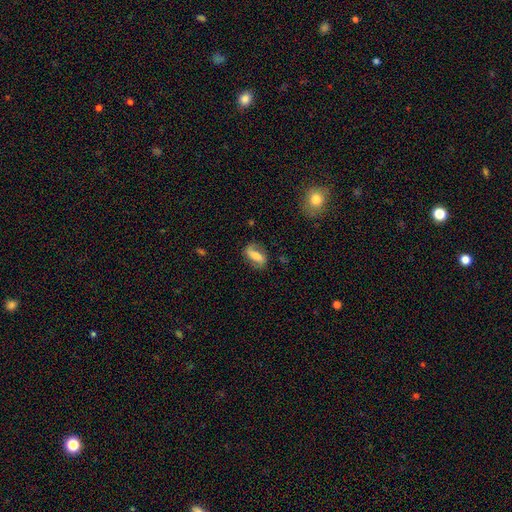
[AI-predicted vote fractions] The model was most divided on "bar": strong: 43%, weak: 33%, no: 24%. Remaining: edge-on disk — no (94%); spiral arms — yes (86%); spiral arm count — 2 (86%); merging — none (75%); smooth or featured — featured or disk (63%); spiral winding — loose (51%); bulge size — moderate (44%).